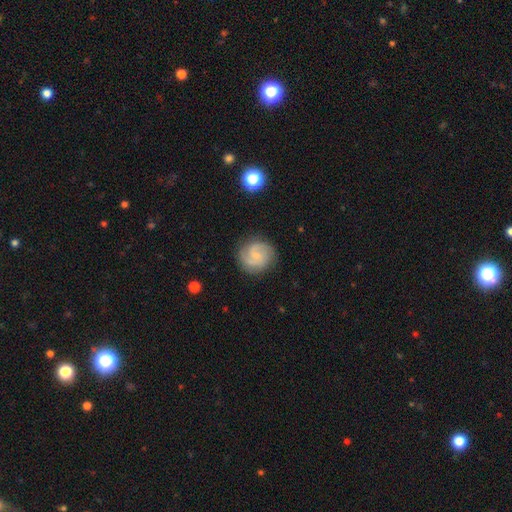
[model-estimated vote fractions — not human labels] Smooth or featured?
  - featured or disk: 74% *
  - smooth: 20%
  - star or artifact: 7%
Edge-on disk?
  - no: 98% *
  - yes: 2%
Bar?
  - weak: 48% *
  - no: 45%
  - strong: 7%
Spiral arms?
  - yes: 96% *
  - no: 4%
Spiral winding?
  - medium: 50% *
  - tight: 34%
  - loose: 16%
Spiral arm count?
  - 2: 79% *
  - can't tell: 8%
  - 3: 7%
  - 1: 3%
  - 4: 2%
  - more than 4: 2%
Bulge size?
  - small: 66% *
  - moderate: 19%
  - none: 13%
  - large: 1%
  - dominant: 1%
Merging?
  - none: 84% *
  - minor disturbance: 11%
  - major disturbance: 4%
  - merger: 1%